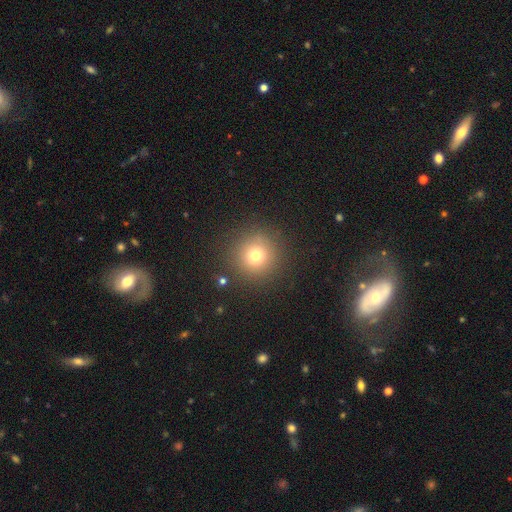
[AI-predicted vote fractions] This appears to be a smooth galaxy with no disk features (72%) that is round (95%). Merging: none (88%).